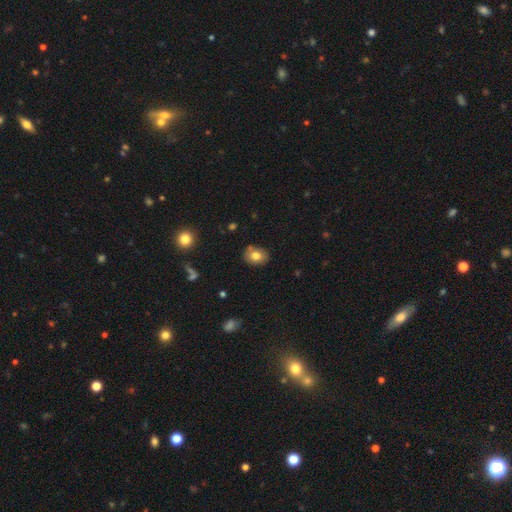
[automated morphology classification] smooth_or_featured: smooth (p=0.76) [alt: featured or disk p=0.14]
how_rounded: in between (p=0.53) [alt: round p=0.46]
merging: none (p=0.79) [alt: minor disturbance p=0.15]